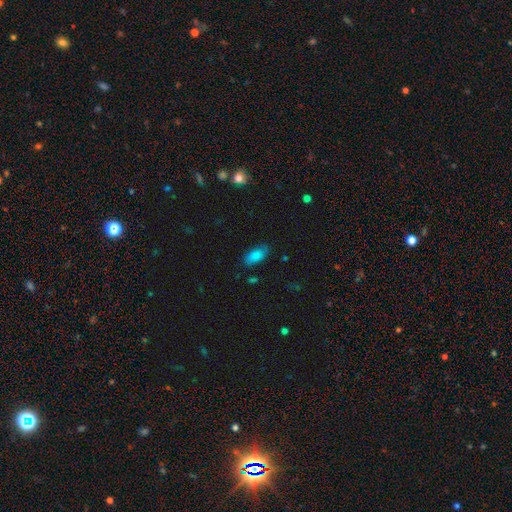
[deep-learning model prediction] Overall: smooth (82%). How rounded: in between (90%). Merging: none (79%).